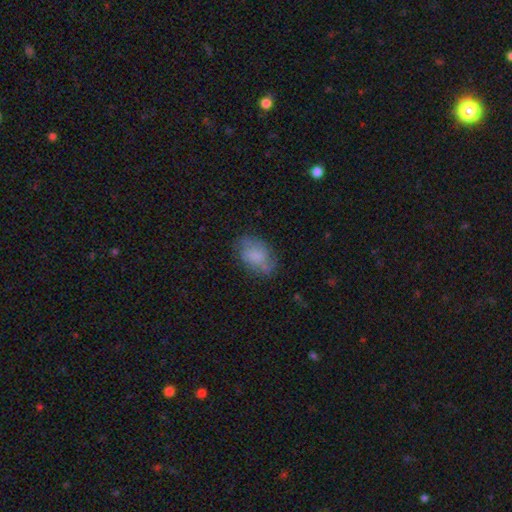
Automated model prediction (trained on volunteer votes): A smooth galaxy with no disk features (70%) that is in between round and cigar-shaped (87%). Merging: none (67%).